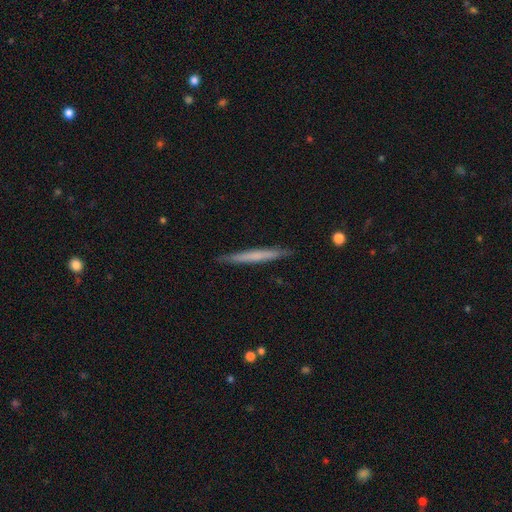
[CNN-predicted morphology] Smooth or featured? Predicted: smooth (p=0.53). How rounded? Predicted: cigar-shaped (p=0.97). Merging? Predicted: none (p=0.90).